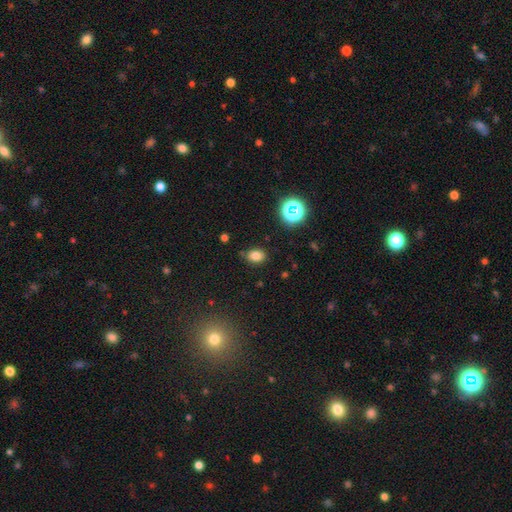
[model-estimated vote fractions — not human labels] Morphology: type=smooth (77%); roundness=in between (67%); merging=none (80%).